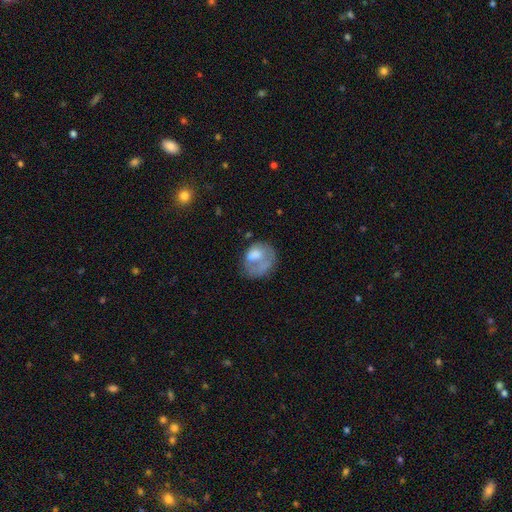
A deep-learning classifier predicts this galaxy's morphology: Overall: smooth (57%; featured or disk 34%). How rounded: round (52%; in between 47%). Merging: none (36%; major disturbance 34%).